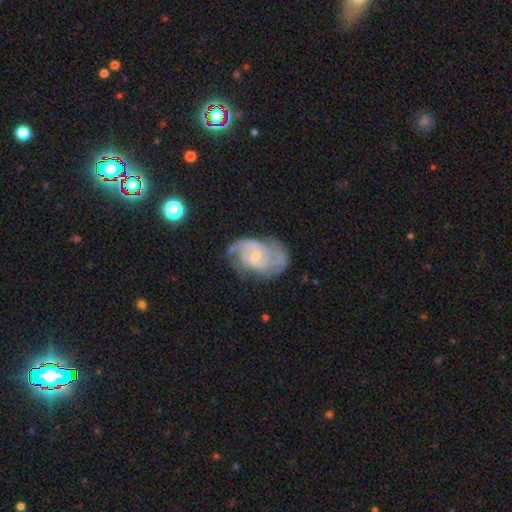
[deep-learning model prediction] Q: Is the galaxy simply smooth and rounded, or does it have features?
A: featured or disk — 81%.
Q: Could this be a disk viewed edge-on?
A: no — 97%.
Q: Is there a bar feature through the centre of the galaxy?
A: no — 53%.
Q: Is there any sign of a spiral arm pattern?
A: yes — 89%.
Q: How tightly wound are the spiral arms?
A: medium — 43%.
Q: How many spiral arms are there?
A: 2 — 51%.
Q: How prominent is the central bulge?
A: small — 64%.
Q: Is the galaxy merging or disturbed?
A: none — 58%.